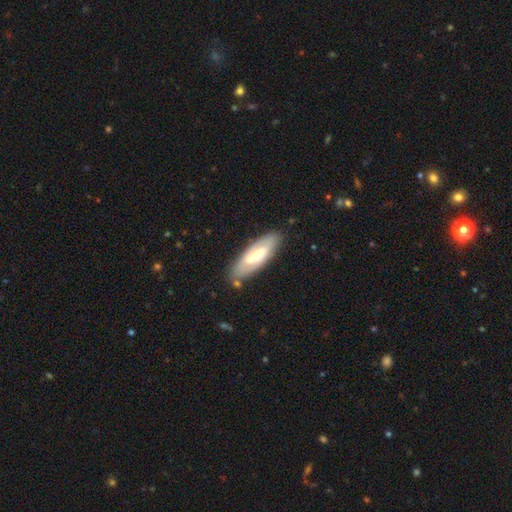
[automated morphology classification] A featured or disk galaxy (55%).

Vote fractions:
- Smooth or featured? featured or disk: 55% / smooth: 39% / star or artifact: 6%
- Edge-on disk? no: 70% / yes: 30%
- Merging? none: 83% / minor disturbance: 12% / major disturbance: 3% / merger: 2%